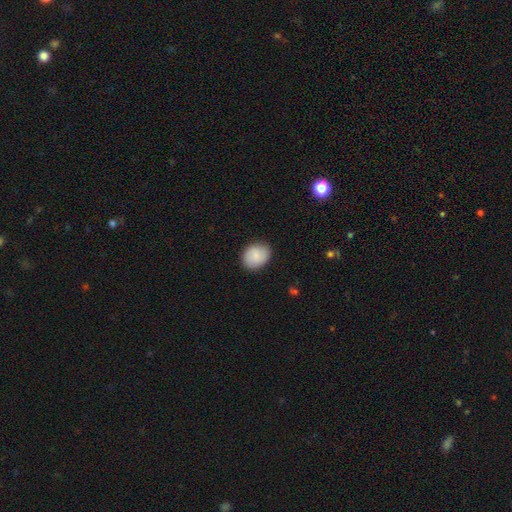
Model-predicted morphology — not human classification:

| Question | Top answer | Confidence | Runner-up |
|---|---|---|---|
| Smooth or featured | smooth | 82% | featured or disk (12%) |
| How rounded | round | 53% | in between (46%) |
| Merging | none | 85% | minor disturbance (12%) |